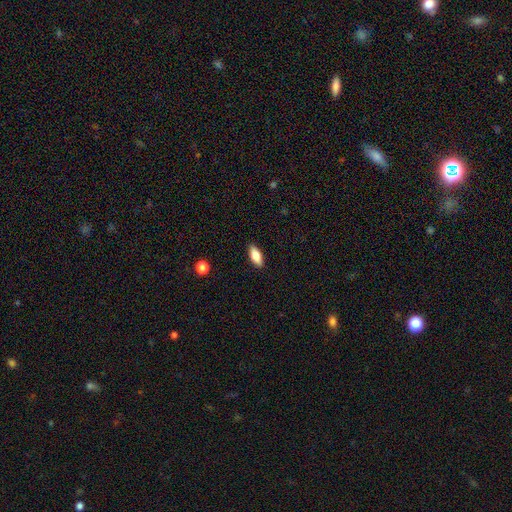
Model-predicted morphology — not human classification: Smooth or featured?
  - smooth: 79% *
  - featured or disk: 15%
  - star or artifact: 7%
How rounded?
  - in between: 82% *
  - cigar-shaped: 16%
  - round: 2%
Merging?
  - none: 89% *
  - minor disturbance: 8%
  - major disturbance: 2%
  - merger: 1%